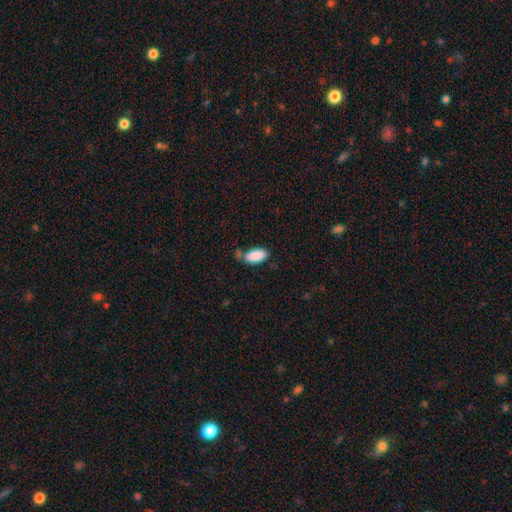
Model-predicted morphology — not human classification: The model was most divided on "merging": none: 60%, minor disturbance: 23%, merger: 11%, major disturbance: 6%. More confident: how rounded — in between (93%); smooth or featured — smooth (89%).